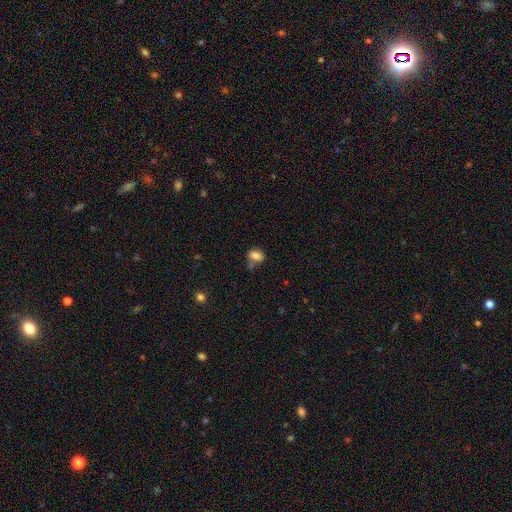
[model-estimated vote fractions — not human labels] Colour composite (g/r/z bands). It shows a smooth galaxy with no disk features (80%) that is in between round and cigar-shaped (73%). Merging: none (53%).